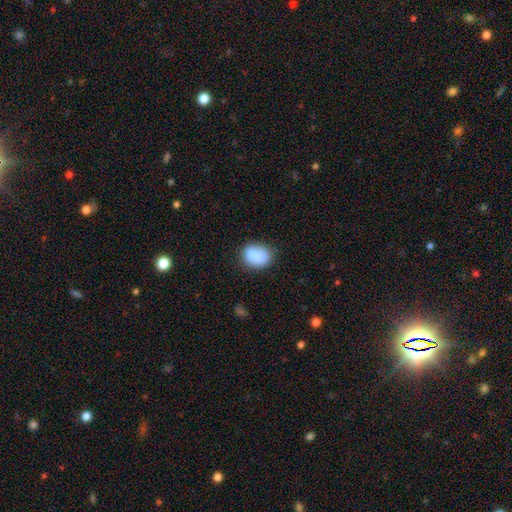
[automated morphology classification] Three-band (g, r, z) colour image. It shows a smooth galaxy with no disk features (86%) that is in between round and cigar-shaped (71%). Merging: none (69%).